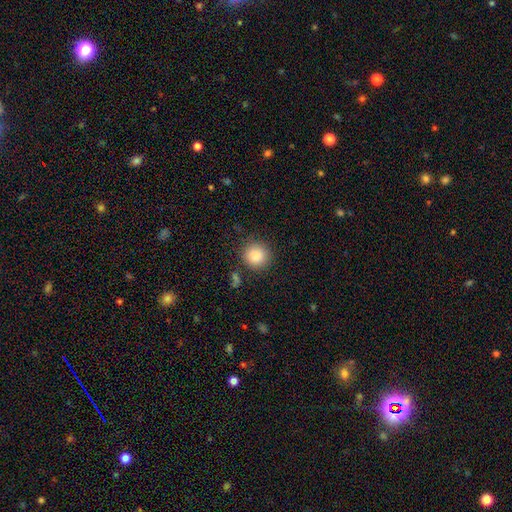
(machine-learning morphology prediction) type=smooth (86%); roundness=round (91%); merging=none (85%).